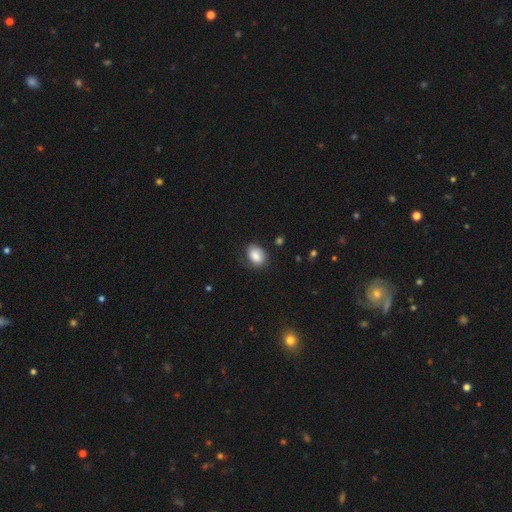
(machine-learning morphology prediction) Smooth or featured? Predicted: smooth (p=0.83). How rounded? Predicted: in between (p=0.75). Merging? Predicted: none (p=0.69).